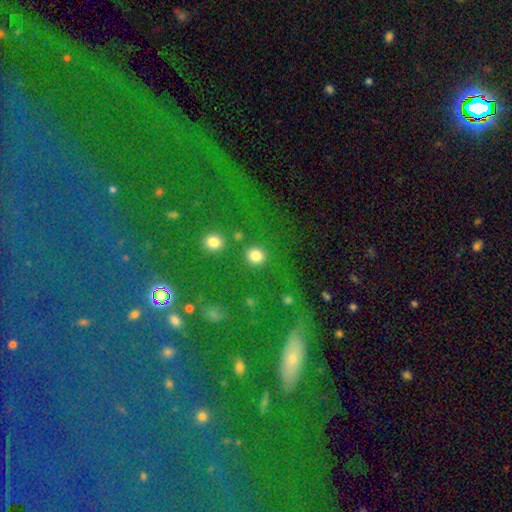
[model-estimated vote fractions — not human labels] Overall: smooth (82%). How rounded: round (86%). Merging: none (83%).